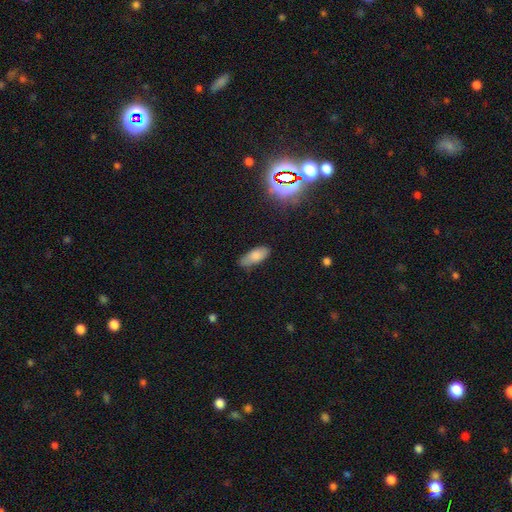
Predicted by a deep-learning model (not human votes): The model was most divided on "merging": none: 71%, minor disturbance: 23%, major disturbance: 4%, merger: 2%. More confident: how rounded — in between (80%); smooth or featured — smooth (80%).